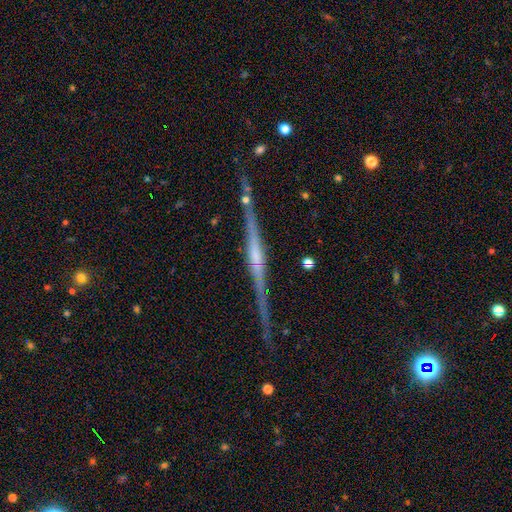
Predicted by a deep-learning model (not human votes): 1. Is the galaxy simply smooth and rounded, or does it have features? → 85% featured or disk, 8% smooth, 7% star or artifact.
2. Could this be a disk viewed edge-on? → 98% yes, 2% no.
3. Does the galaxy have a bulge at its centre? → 56% rounded, 25% none, 19% boxy.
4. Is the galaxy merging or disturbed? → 87% none, 9% minor disturbance, 2% major disturbance, 2% merger.